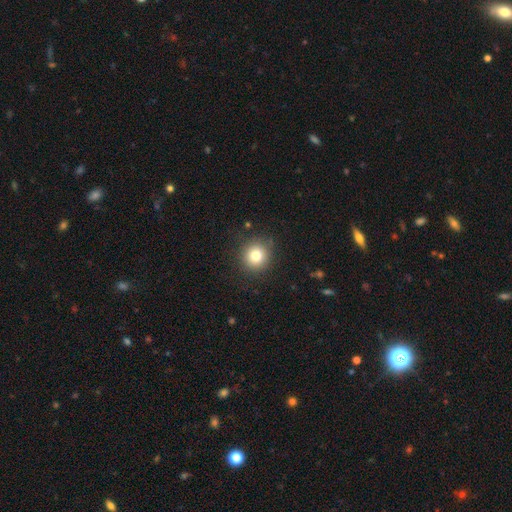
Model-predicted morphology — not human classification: Q: Smooth or featured?
A: smooth (80%); runner-up: star or artifact (12%)
Q: How rounded?
A: round (91%); runner-up: in between (8%)
Q: Merging?
A: none (88%); runner-up: minor disturbance (8%)